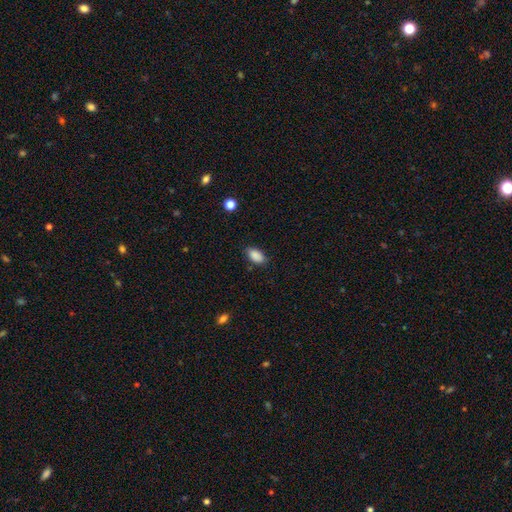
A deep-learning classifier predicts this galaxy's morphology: Smooth or featured: smooth — 88% (star or artifact — 8%)
How rounded: in between — 93% (round — 5%)
Merging: none — 81% (minor disturbance — 14%)